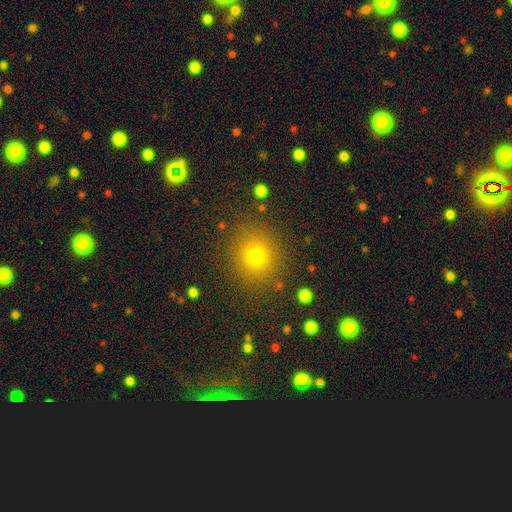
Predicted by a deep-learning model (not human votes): smooth-or-featured: smooth: 74% | star or artifact: 17% | featured or disk: 8%
  how-rounded: round: 86% | in between: 13% | cigar-shaped: 1%
  merging: none: 86% | minor disturbance: 9% | major disturbance: 4% | merger: 2%